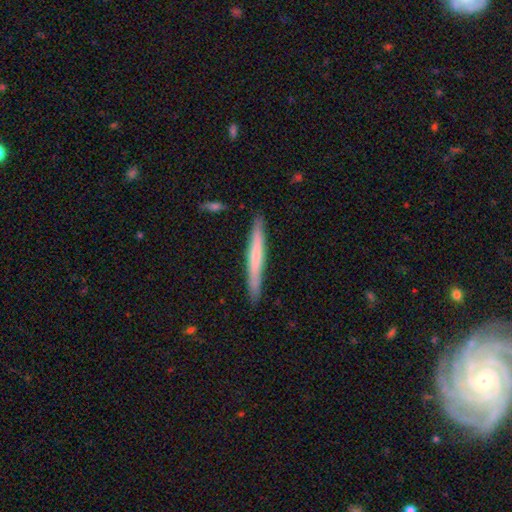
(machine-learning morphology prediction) smooth 56%, featured or disk 39%, star or artifact 5%. Down the decision tree: how rounded — cigar-shaped (97%); merging — none (89%).